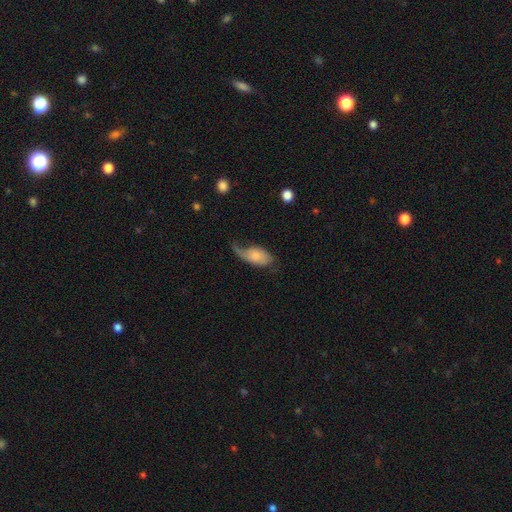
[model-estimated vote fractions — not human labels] Smooth or featured? smooth (57%)
How rounded? in between (91%)
Merging? major disturbance (38%)